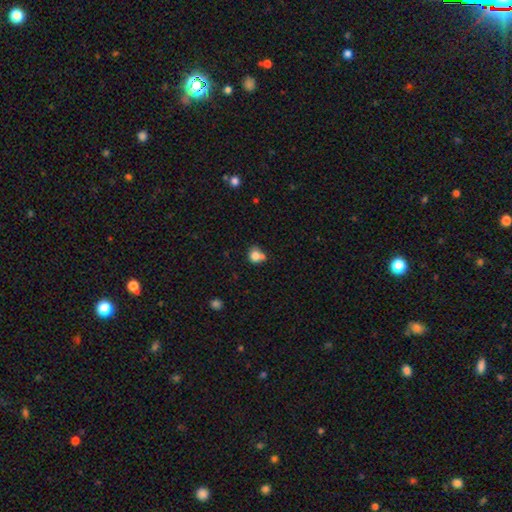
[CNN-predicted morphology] Smooth or featured? Predicted: smooth (p=0.78). How rounded? Predicted: round (p=0.70). Merging? Predicted: none (p=0.39).